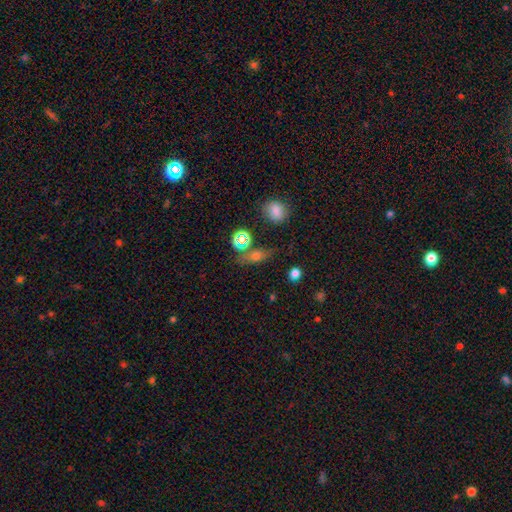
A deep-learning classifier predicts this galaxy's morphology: smooth_or_featured: smooth (p=0.56) [alt: star or artifact p=0.24]
how_rounded: in between (p=0.47) [alt: round p=0.33]
merging: none (p=0.72) [alt: minor disturbance p=0.14]